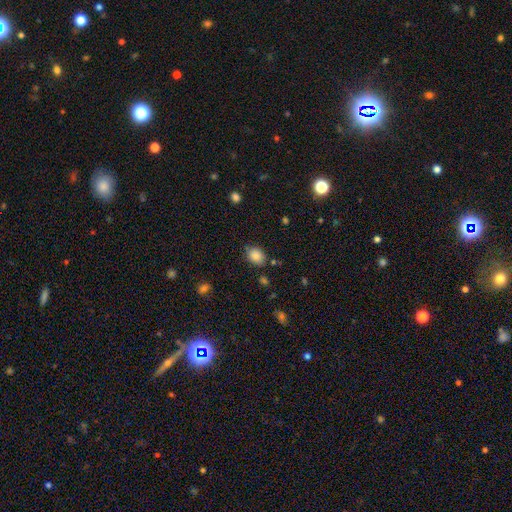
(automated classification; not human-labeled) A smooth galaxy with no disk features (85%) that is in between round and cigar-shaped (55%). Merging: none (77%).